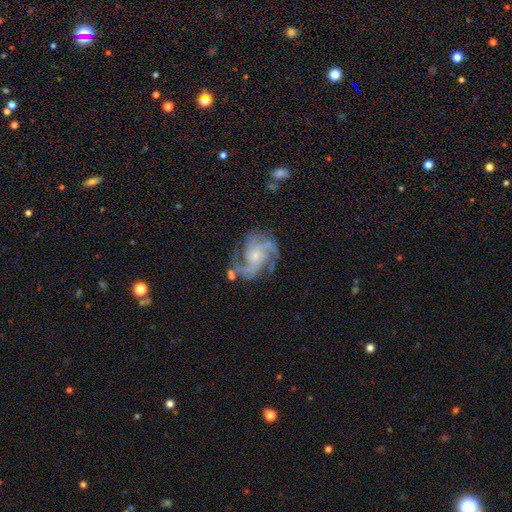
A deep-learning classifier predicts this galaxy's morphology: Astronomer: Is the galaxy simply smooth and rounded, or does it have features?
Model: featured or disk — 88%.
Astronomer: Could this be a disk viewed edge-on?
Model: no — 98%.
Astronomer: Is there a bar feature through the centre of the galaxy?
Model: no — 69%.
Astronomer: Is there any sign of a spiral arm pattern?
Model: yes — 97%.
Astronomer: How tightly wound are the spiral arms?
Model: medium — 49% (runner-up: tight, 36%).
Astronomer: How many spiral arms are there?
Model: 3 — 33% (runner-up: 4, 29%).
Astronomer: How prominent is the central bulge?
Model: small — 57% (runner-up: moderate, 33%).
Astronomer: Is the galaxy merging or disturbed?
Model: none — 67%.